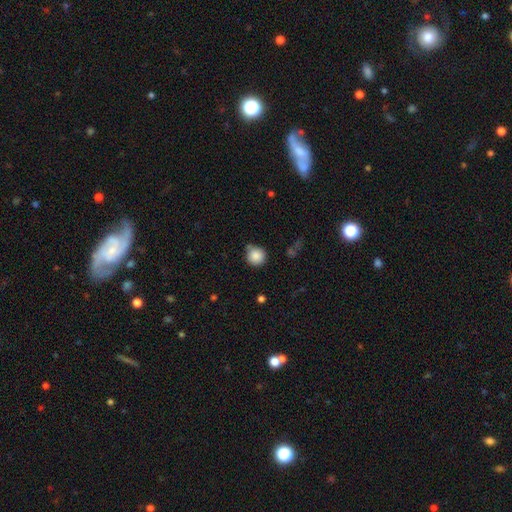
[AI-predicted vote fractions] smooth_or_featured: smooth (p=0.87) [alt: star or artifact p=0.09]
how_rounded: round (p=0.94) [alt: in between p=0.05]
merging: none (p=0.76) [alt: minor disturbance p=0.15]